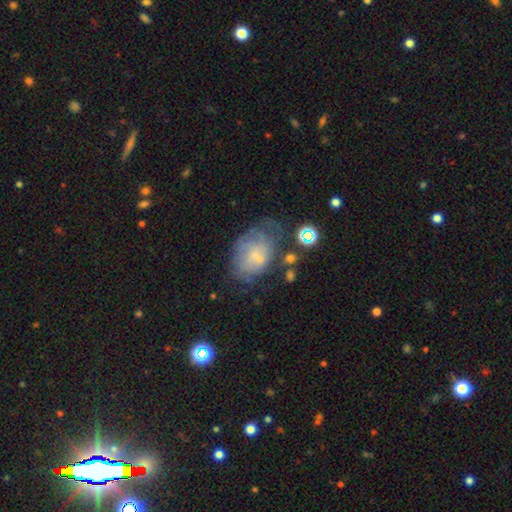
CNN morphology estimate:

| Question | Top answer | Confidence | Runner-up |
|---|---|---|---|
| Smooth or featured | featured or disk | 45% | smooth (43%) |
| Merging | none | 41% | minor disturbance (29%) |